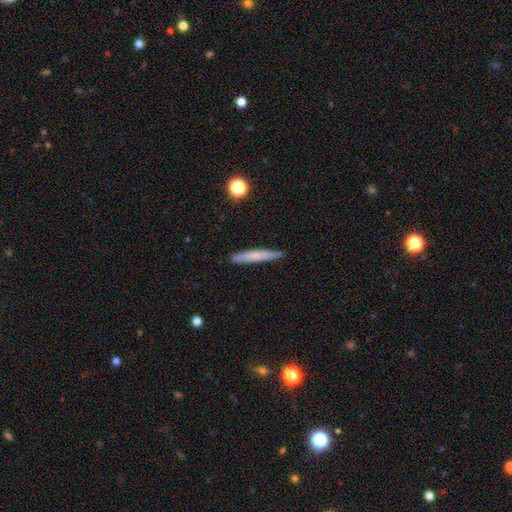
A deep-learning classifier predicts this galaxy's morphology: Smooth or featured? Predicted: smooth (p=0.66). How rounded? Predicted: cigar-shaped (p=0.95). Merging? Predicted: none (p=0.88).